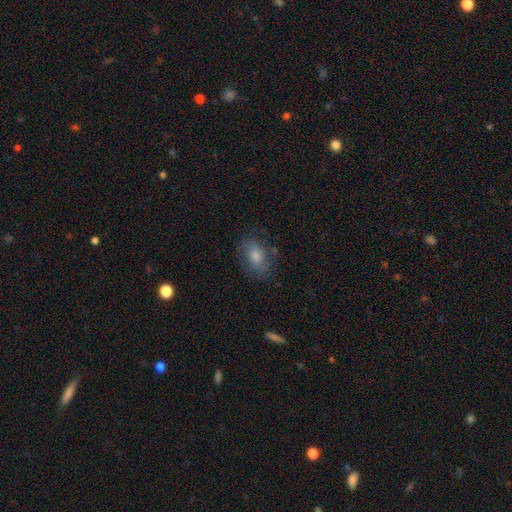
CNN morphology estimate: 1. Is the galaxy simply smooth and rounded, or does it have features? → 62% smooth, 25% featured or disk, 13% star or artifact.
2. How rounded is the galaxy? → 80% in between, 18% round, 2% cigar-shaped.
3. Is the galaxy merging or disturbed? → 77% none, 16% minor disturbance, 6% major disturbance, 2% merger.